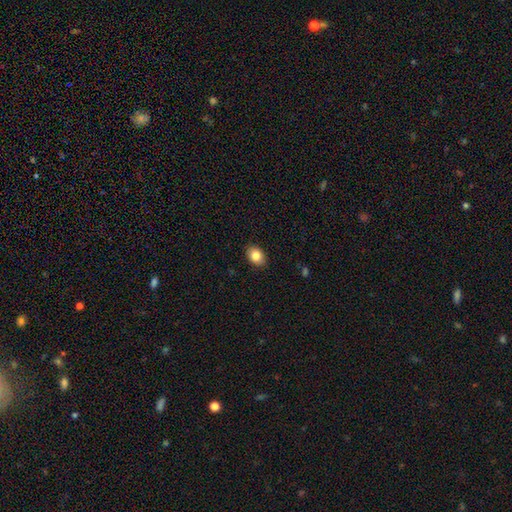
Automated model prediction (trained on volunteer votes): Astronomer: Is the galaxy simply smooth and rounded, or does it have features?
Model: smooth — 84%.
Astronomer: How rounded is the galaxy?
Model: in between — 76%.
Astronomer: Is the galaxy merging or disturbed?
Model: none — 88%.